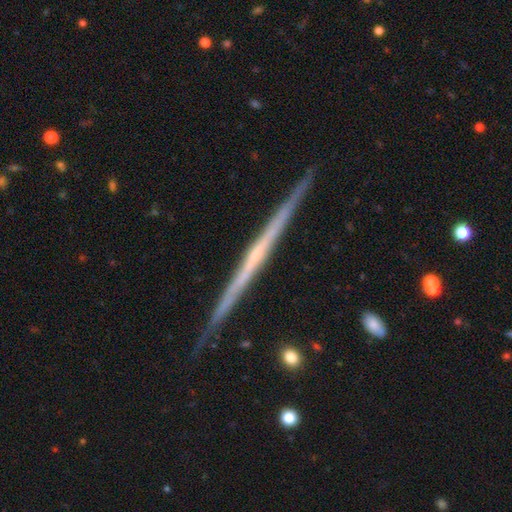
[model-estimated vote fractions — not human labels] Smooth or featured?
  - featured or disk: 80% *
  - smooth: 15%
  - star or artifact: 5%
Edge-on disk?
  - yes: 98% *
  - no: 2%
Edge-on bulge?
  - none: 70% *
  - rounded: 24%
  - boxy: 5%
Merging?
  - none: 90% *
  - minor disturbance: 7%
  - major disturbance: 1%
  - merger: 1%